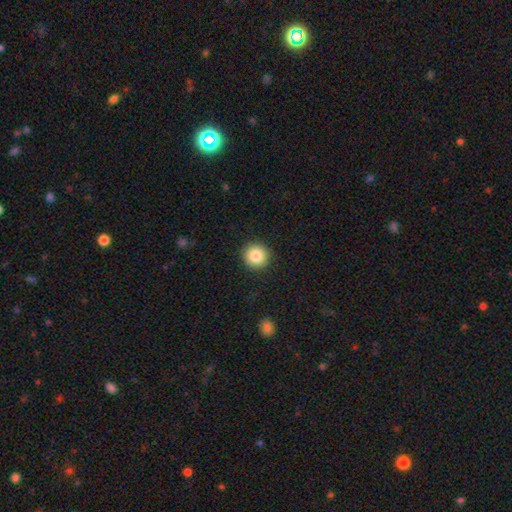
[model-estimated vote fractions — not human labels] Morphology: type=smooth (85%); roundness=round (95%); merging=none (92%).